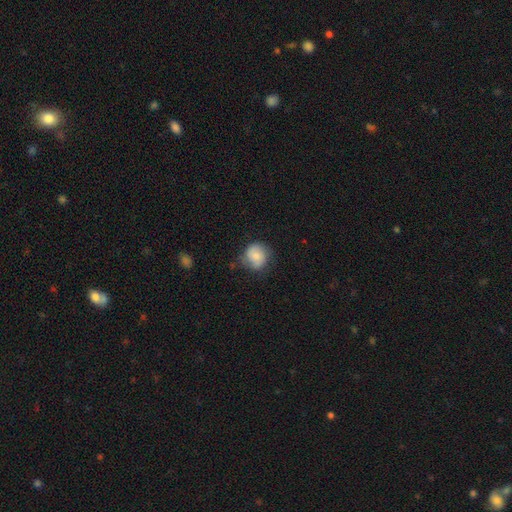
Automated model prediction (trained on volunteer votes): Smooth or featured?
  - smooth: 69% *
  - featured or disk: 23%
  - star or artifact: 8%
How rounded?
  - round: 83% *
  - in between: 16%
  - cigar-shaped: 1%
Merging?
  - none: 66% *
  - minor disturbance: 25%
  - major disturbance: 7%
  - merger: 2%